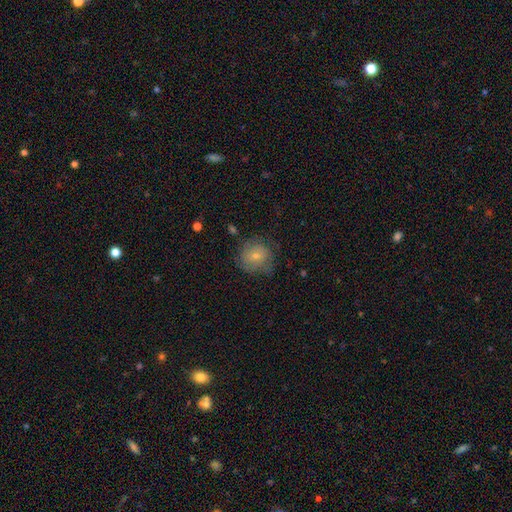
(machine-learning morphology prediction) smooth 59%, featured or disk 33%, star or artifact 8%. Down the decision tree: how rounded — round (83%); merging — none (63%).